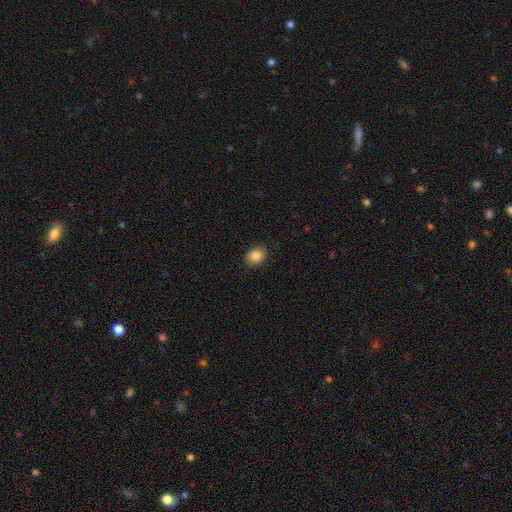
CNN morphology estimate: This appears to be a smooth galaxy with no disk features (86%) that is in between round and cigar-shaped (60%). Merging: none (88%).